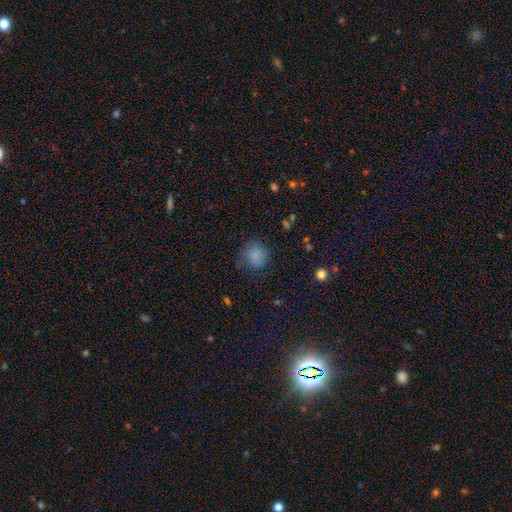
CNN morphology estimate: Overall: smooth (79%). How rounded: round (84%). Merging: none (67%).